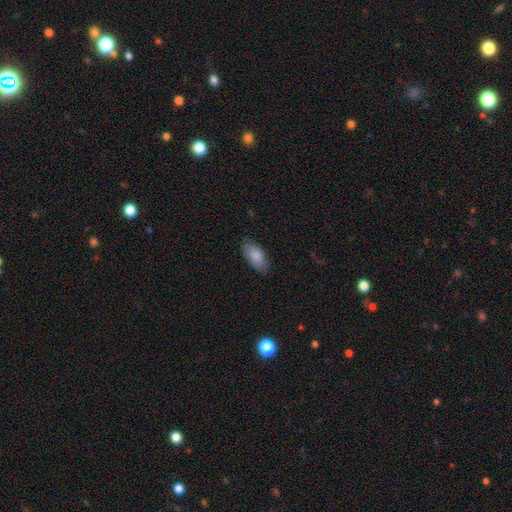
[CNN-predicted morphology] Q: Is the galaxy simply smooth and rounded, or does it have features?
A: smooth — 85%.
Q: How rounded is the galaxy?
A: in between — 90%.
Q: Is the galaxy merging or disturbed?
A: none — 84%.